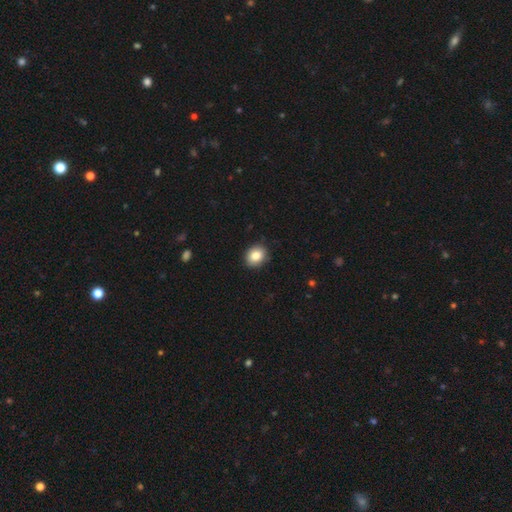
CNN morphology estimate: type=smooth (84%); roundness=round (58%); merging=none (88%).